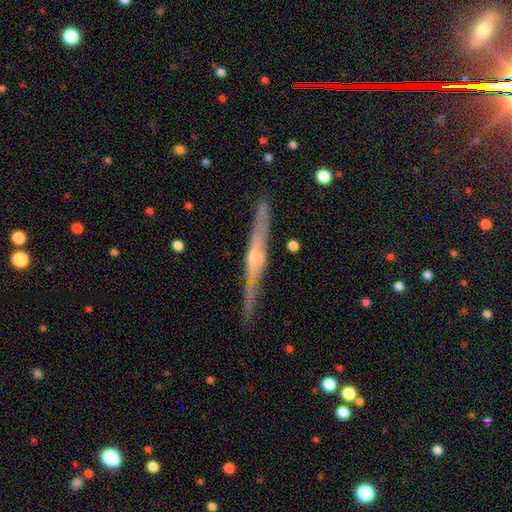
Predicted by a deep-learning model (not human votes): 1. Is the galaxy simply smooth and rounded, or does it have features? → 74% featured or disk, 20% smooth, 6% star or artifact.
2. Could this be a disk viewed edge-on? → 93% yes, 7% no.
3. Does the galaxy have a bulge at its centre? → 71% rounded, 21% none, 8% boxy.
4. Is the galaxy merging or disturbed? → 79% none, 16% minor disturbance, 3% major disturbance, 2% merger.